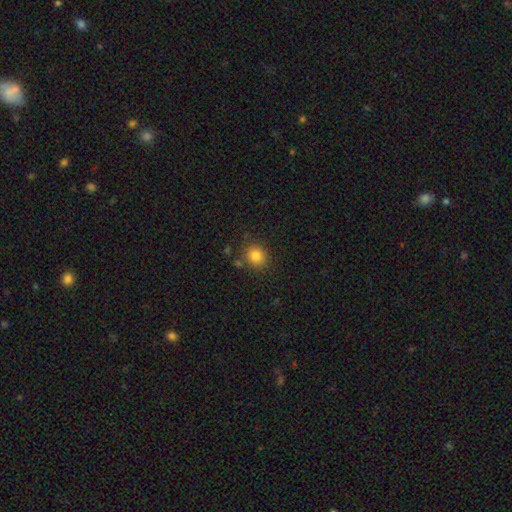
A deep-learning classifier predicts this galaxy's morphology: A smooth galaxy with no disk features (82%) that is round (75%). Merging: none (80%).